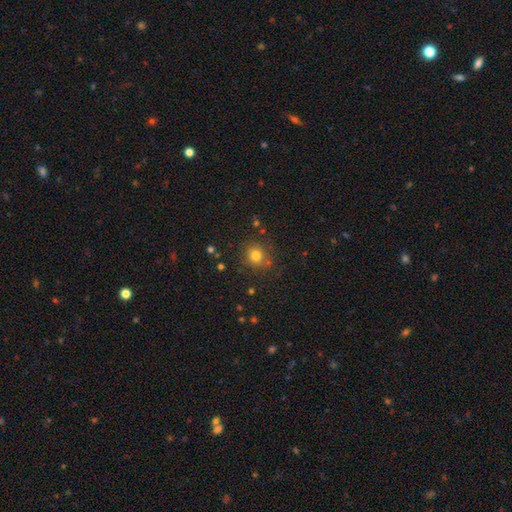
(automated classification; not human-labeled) Morphology: type=smooth (77%); roundness=round (88%); merging=none (83%).